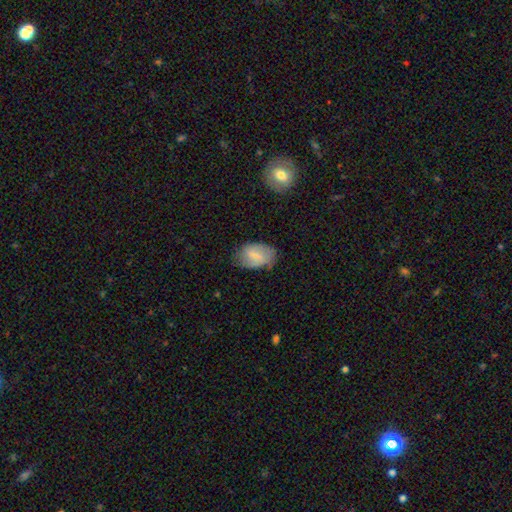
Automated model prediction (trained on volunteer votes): Smooth or featured?
  - smooth: 57% *
  - featured or disk: 36%
  - star or artifact: 7%
How rounded?
  - in between: 87% *
  - round: 12%
  - cigar-shaped: 1%
Merging?
  - none: 67% *
  - minor disturbance: 25%
  - major disturbance: 6%
  - merger: 2%